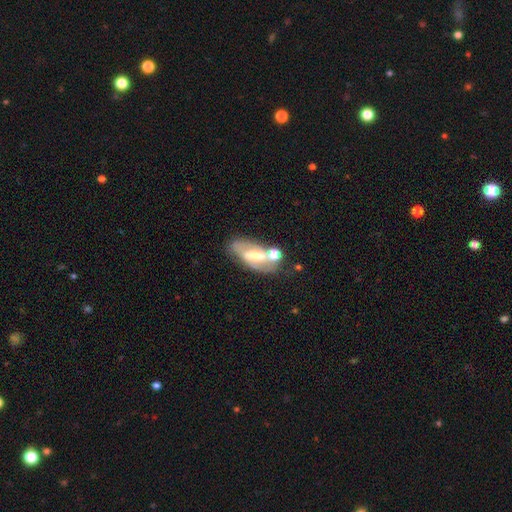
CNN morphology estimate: Smooth or featured: featured or disk — 59% (smooth — 33%)
Edge-on disk: no — 87% (yes — 13%)
Bar: strong — 47% (weak — 32%)
Spiral arms: yes — 52% (no — 48%)
Bulge size: moderate — 41% (small — 23%)
Merging: none — 47% (merger — 23%)